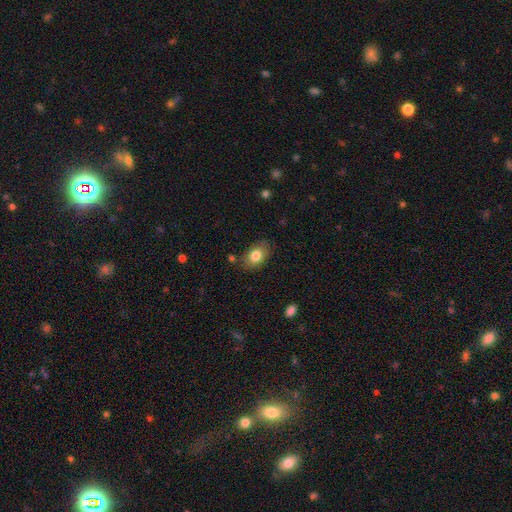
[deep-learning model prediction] A smooth galaxy with no disk features (81%) that is in between round and cigar-shaped (79%). Merging: none (78%).